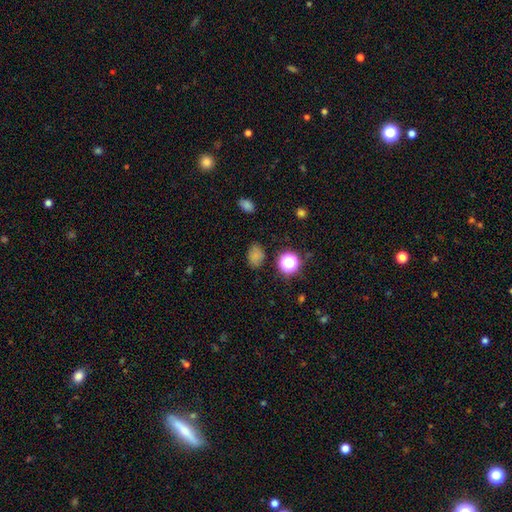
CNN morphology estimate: A smooth galaxy with no disk features (71%) that is in between round and cigar-shaped (63%).

Vote fractions:
- Smooth or featured? smooth: 71% / star or artifact: 21% / featured or disk: 7%
- How rounded? in between: 63% / round: 35% / cigar-shaped: 1%
- Merging? none: 76% / minor disturbance: 17% / major disturbance: 5% / merger: 3%